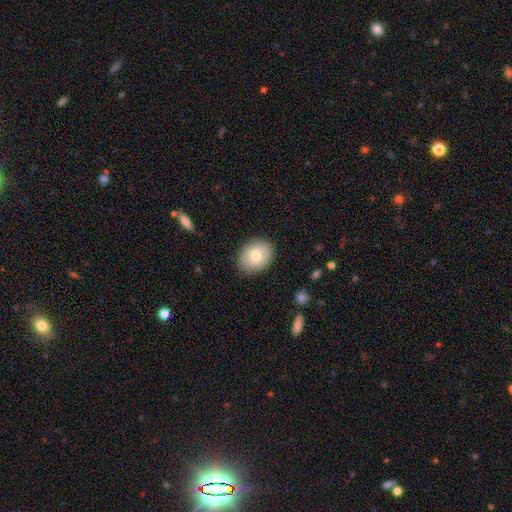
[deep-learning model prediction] The model was most divided on "how rounded": in between: 52%, round: 47%, cigar-shaped: 1%. More confident: merging — none (86%); smooth or featured — smooth (75%).